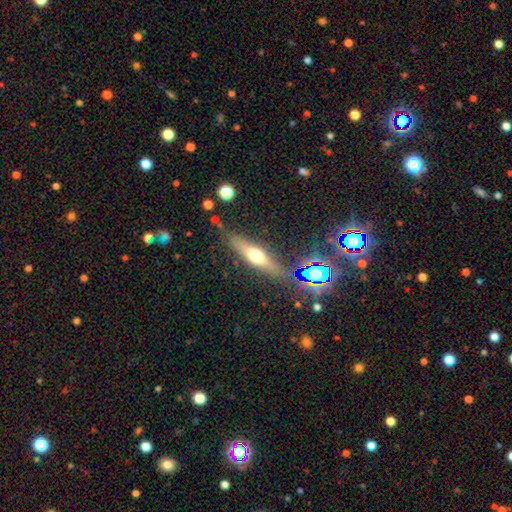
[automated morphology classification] This is possibly a featured or disk galaxy (52%). It is clearly viewed edge-on (89%). Merging: clearly none (81%).